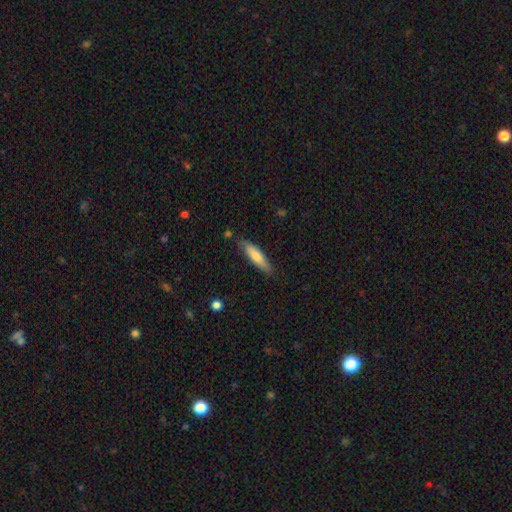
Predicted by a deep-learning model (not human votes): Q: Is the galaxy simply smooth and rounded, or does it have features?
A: smooth — 73%.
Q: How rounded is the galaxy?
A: cigar-shaped — 76%.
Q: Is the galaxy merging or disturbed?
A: none — 82%.